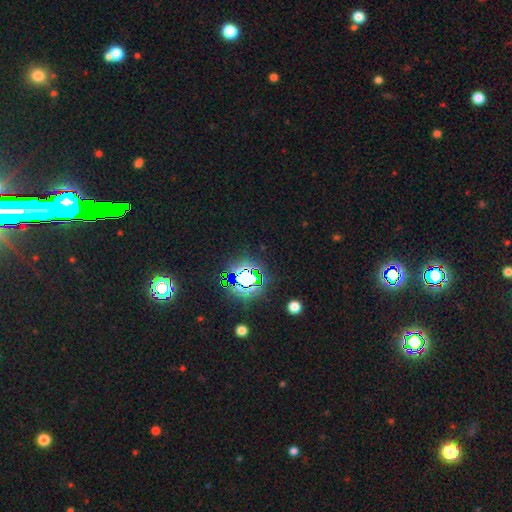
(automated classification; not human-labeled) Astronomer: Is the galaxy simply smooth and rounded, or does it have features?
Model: star or artifact — 81%.